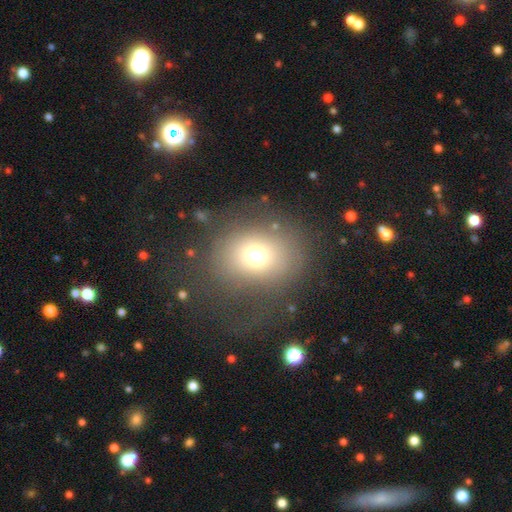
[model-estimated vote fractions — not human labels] Smooth or featured? Predicted: smooth (p=0.69). How rounded? Predicted: round (p=0.64). Merging? Predicted: none (p=0.72).